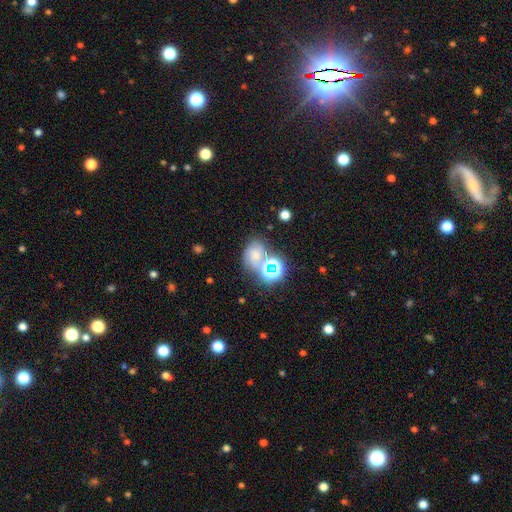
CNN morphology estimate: Smooth or featured: smooth — 51% (star or artifact — 30%)
How rounded: in between — 55% (round — 43%)
Merging: none — 45% (merger — 29%)